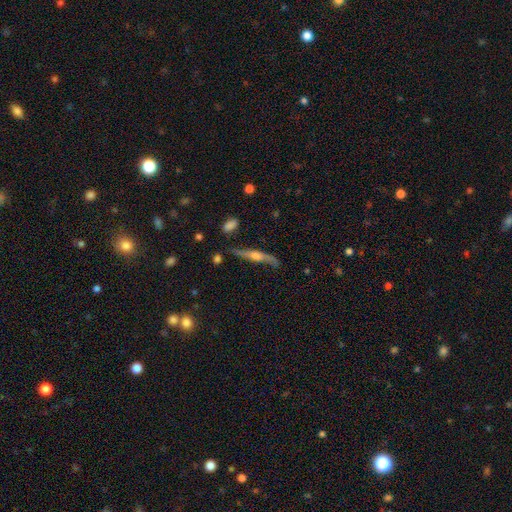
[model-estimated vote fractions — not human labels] smooth_or_featured: featured or disk (p=0.75) [alt: smooth p=0.18]
disk_edge_on: yes (p=0.79) [alt: no p=0.21]
edge_on_bulge: rounded (p=0.87) [alt: none p=0.07]
merging: none (p=0.69) [alt: minor disturbance p=0.20]